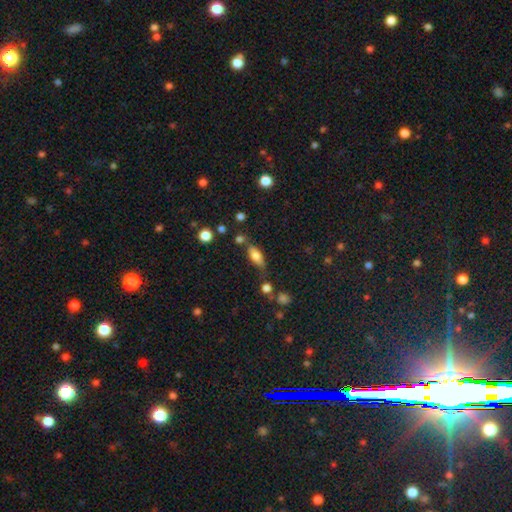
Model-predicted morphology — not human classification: A smooth galaxy with no disk features (71%) that is in between round and cigar-shaped (73%).

Vote fractions:
- Smooth or featured? smooth: 71% / featured or disk: 20% / star or artifact: 9%
- How rounded? in between: 73% / cigar-shaped: 23% / round: 4%
- Merging? none: 60% / minor disturbance: 21% / merger: 11% / major disturbance: 7%